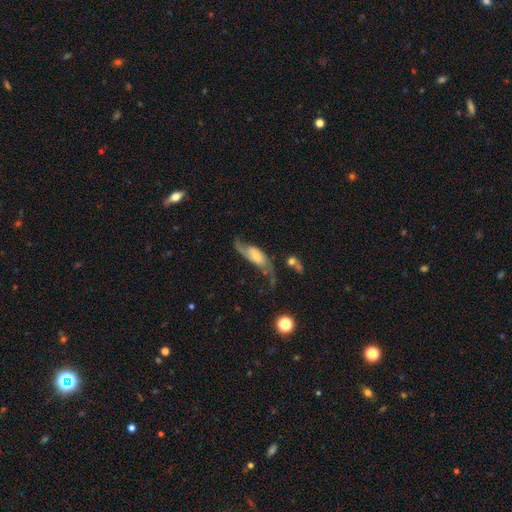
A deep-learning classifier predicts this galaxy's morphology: Smooth or featured?
  - featured or disk: 65% *
  - smooth: 27%
  - star or artifact: 8%
Edge-on disk?
  - no: 86% *
  - yes: 14%
Bar?
  - no: 50% *
  - weak: 35%
  - strong: 15%
Spiral arms?
  - yes: 88% *
  - no: 12%
Bulge size?
  - small: 40% *
  - moderate: 34%
  - none: 12%
  - large: 11%
  - dominant: 3%
Merging?
  - none: 43% *
  - major disturbance: 27%
  - minor disturbance: 23%
  - merger: 7%